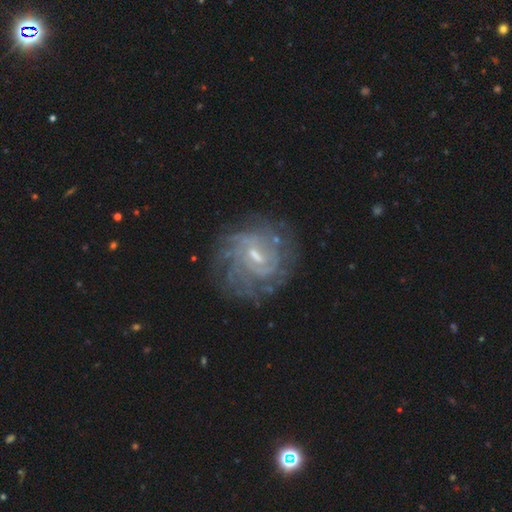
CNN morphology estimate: Smooth or featured? featured or disk (83%)
Edge-on disk? no (97%)
Bar? weak (62%)
Spiral arms? yes (90%)
Spiral winding? tight (64%)
Spiral arm count? can't tell (48%)
Bulge size? small (50%)
Merging? none (71%)